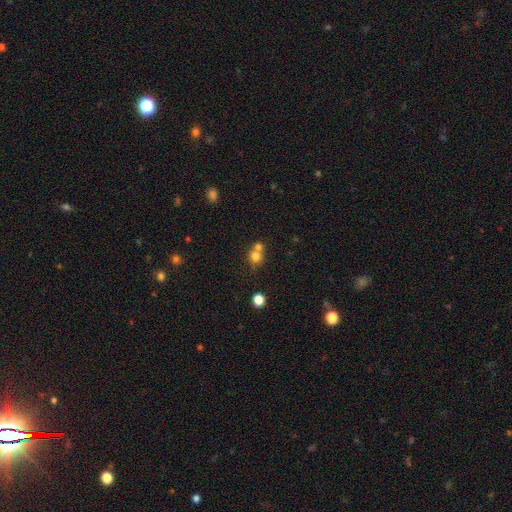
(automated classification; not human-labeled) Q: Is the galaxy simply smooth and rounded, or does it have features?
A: smooth — 77%.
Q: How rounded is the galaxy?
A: round — 85%.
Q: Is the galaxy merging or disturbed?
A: merger — 49%.